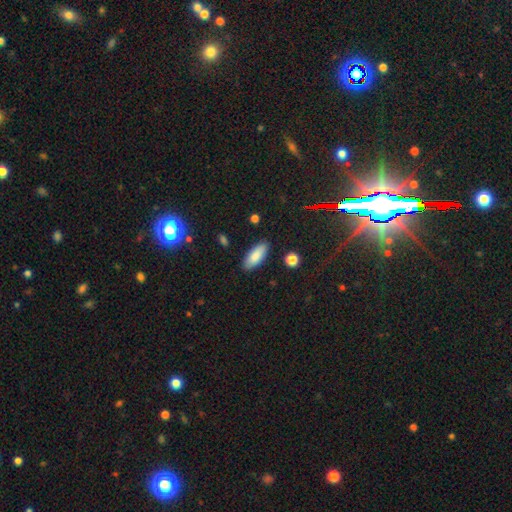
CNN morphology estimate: smooth_or_featured: smooth (p=0.86) [alt: featured or disk p=0.08]
how_rounded: in between (p=0.78) [alt: cigar-shaped p=0.20]
merging: none (p=0.87) [alt: minor disturbance p=0.10]